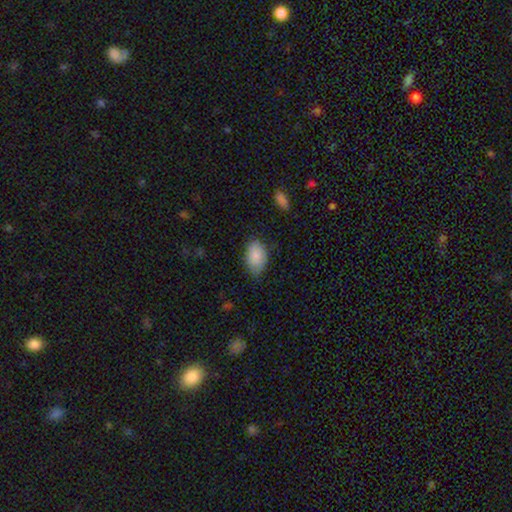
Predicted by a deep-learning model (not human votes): smooth 88%, star or artifact 6%, featured or disk 6%. Down the decision tree: how rounded — in between (90%); merging — none (72%).